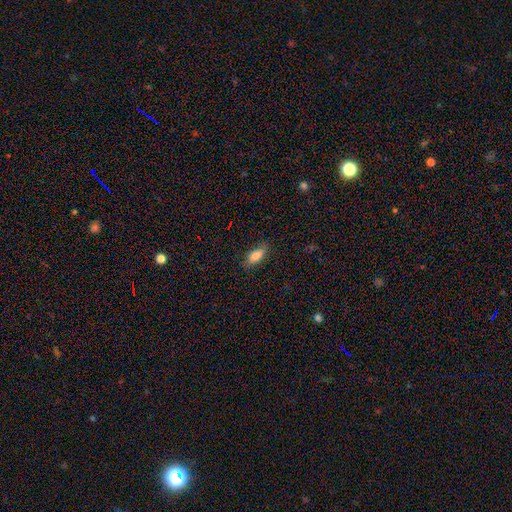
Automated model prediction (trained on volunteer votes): Overall: smooth (82%). How rounded: in between (76%). Merging: none (78%).